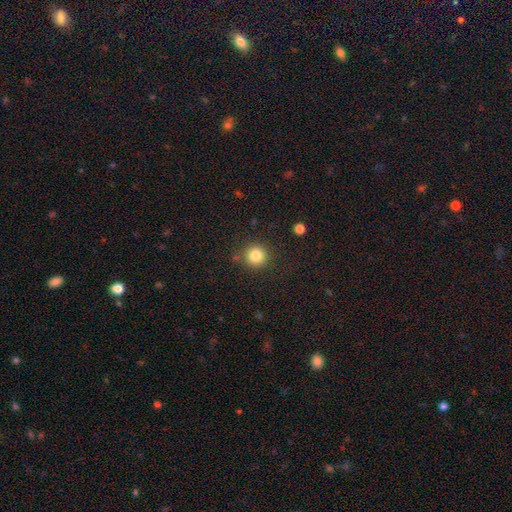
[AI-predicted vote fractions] Morphology: type=smooth (83%); roundness=round (94%); merging=none (87%).